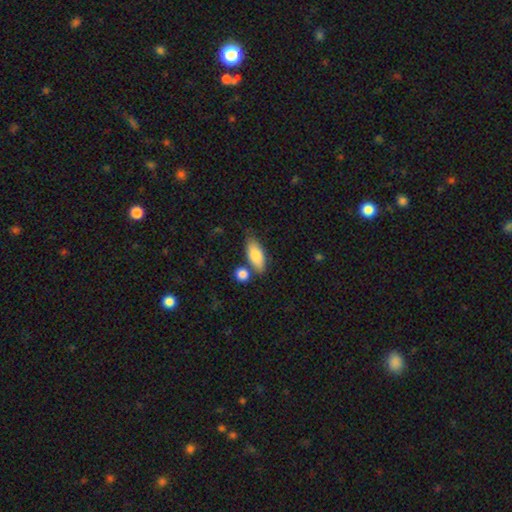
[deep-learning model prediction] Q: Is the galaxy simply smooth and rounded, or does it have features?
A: smooth — 82%.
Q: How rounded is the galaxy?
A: in between — 82%.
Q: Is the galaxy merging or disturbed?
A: none — 63%.